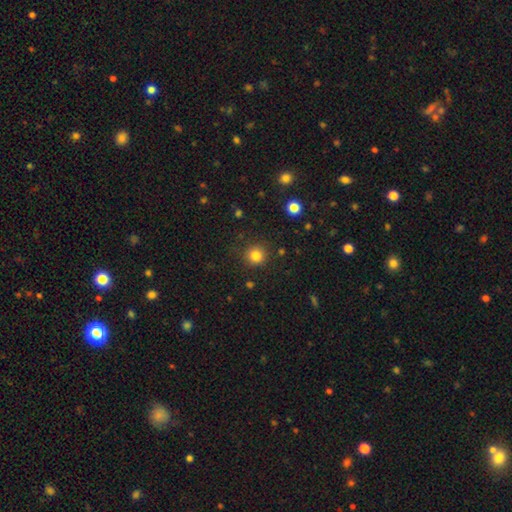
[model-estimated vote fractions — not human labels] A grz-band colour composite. It shows a smooth galaxy with no disk features (82%) that is round (92%). Merging: none (88%).